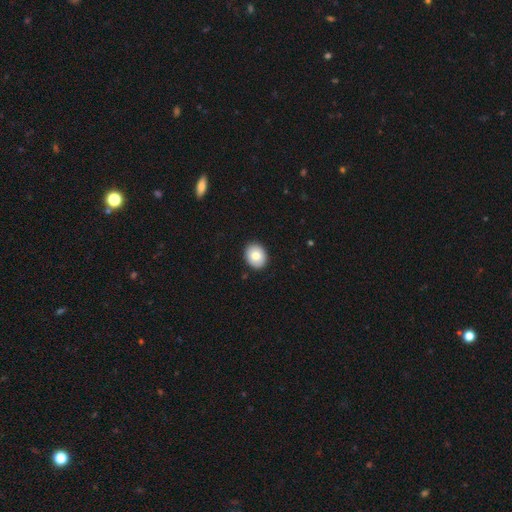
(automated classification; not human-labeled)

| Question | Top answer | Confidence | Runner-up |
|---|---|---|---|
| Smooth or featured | smooth | 78% | featured or disk (14%) |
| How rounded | round | 54% | in between (45%) |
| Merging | none | 91% | minor disturbance (6%) |